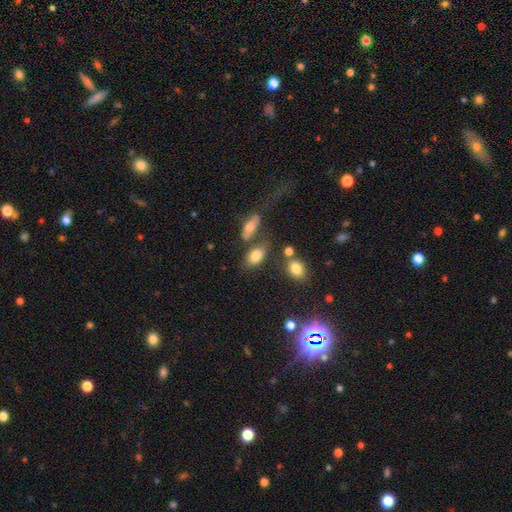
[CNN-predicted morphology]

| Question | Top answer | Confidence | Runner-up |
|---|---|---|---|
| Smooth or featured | smooth | 78% | featured or disk (13%) |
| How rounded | in between | 87% | round (9%) |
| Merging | none | 55% | merger (19%) |